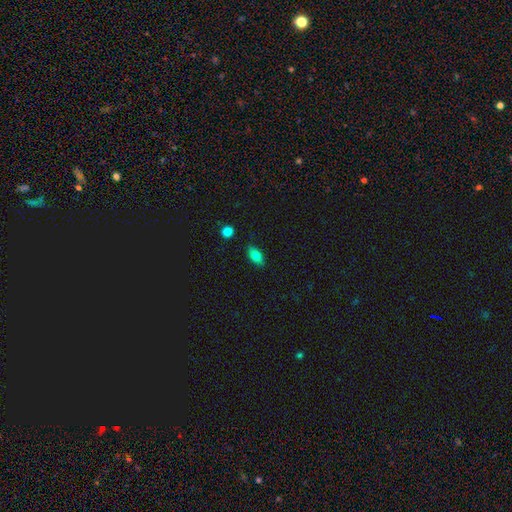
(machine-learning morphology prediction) Smooth or featured: smooth — 80% (featured or disk — 11%)
How rounded: in between — 87% (cigar-shaped — 9%)
Merging: none — 85% (minor disturbance — 11%)